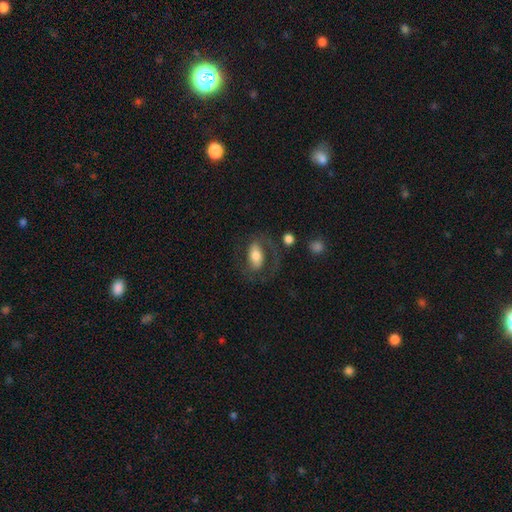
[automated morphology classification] Smooth or featured: smooth — 48% (featured or disk — 45%)
Merging: none — 57% (major disturbance — 23%)